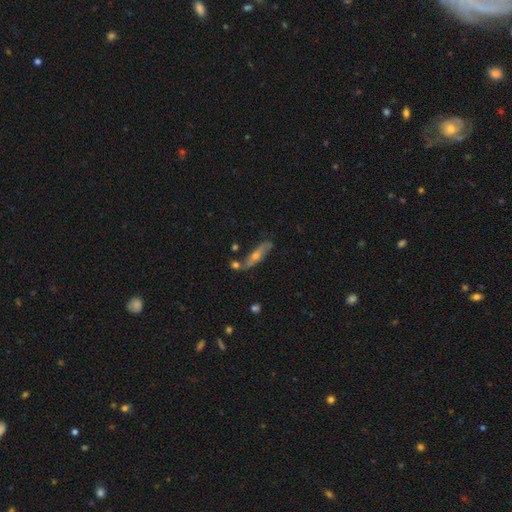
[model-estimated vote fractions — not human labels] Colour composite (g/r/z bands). It shows a featured or disk galaxy (62%) viewed edge-on (57%). Merging: none (68%).